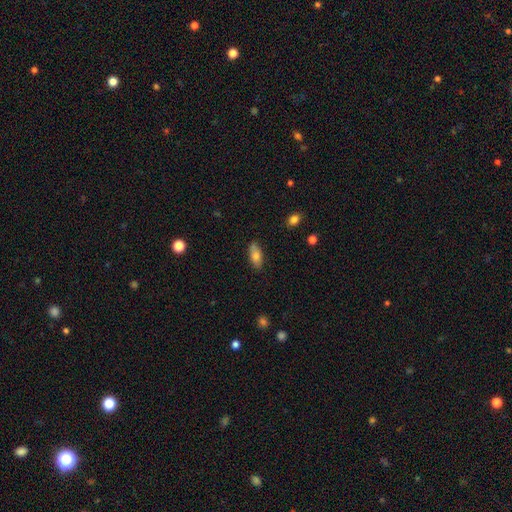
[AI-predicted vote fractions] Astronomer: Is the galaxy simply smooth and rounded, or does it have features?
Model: smooth — 75%.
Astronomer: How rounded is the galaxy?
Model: in between — 81%.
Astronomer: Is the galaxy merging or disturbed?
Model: none — 79%.